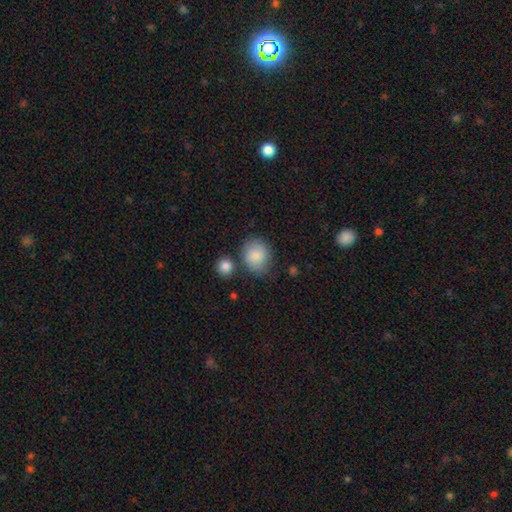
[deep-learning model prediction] Smooth or featured? Predicted: smooth (p=0.86). How rounded? Predicted: round (p=0.64). Merging? Predicted: none (p=0.67).